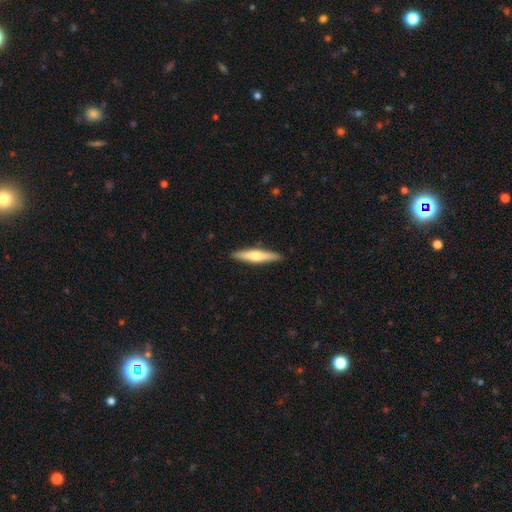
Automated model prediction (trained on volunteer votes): Smooth or featured?
  - smooth: 51% *
  - featured or disk: 44%
  - star or artifact: 5%
How rounded?
  - cigar-shaped: 89% *
  - in between: 10%
  - round: 1%
Merging?
  - none: 90% *
  - minor disturbance: 7%
  - major disturbance: 1%
  - merger: 1%